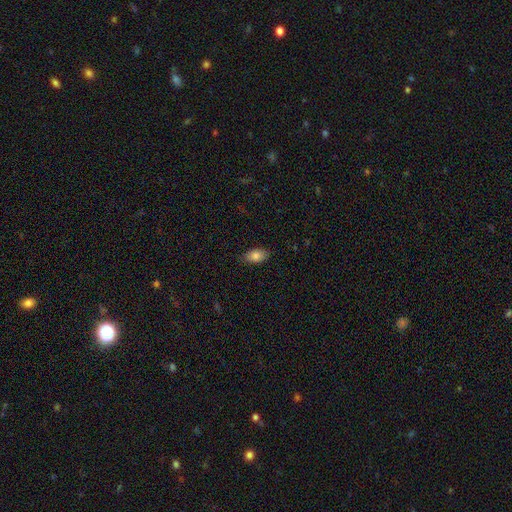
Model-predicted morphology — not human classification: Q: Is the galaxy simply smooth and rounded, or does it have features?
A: smooth — 83%.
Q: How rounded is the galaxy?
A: in between — 91%.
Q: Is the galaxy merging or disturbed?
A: none — 85%.